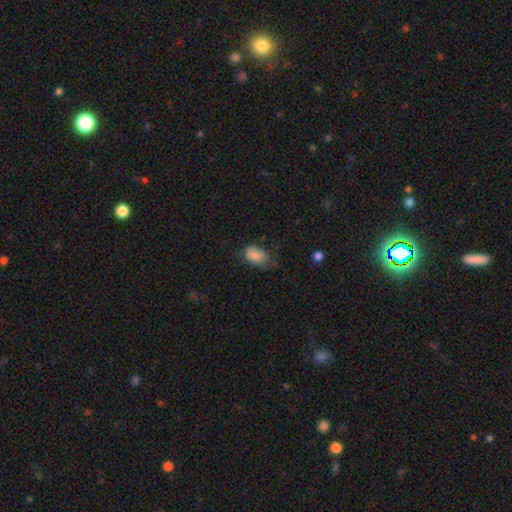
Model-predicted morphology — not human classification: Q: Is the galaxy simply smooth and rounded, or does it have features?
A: smooth — 84%.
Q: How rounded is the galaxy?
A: in between — 89%.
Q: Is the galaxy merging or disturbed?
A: none — 50%.